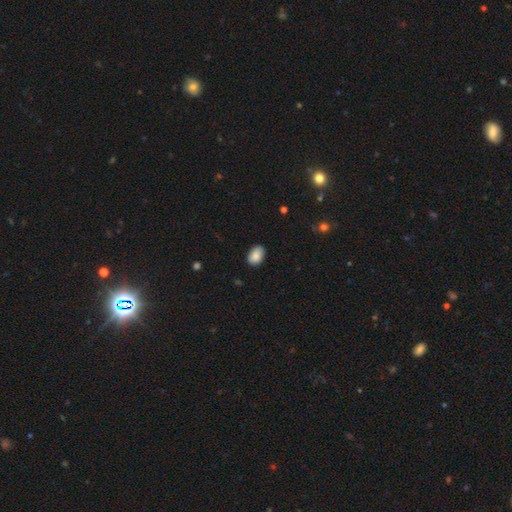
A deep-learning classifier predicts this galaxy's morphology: A smooth galaxy with no disk features (88%) that is in between round and cigar-shaped (86%). Merging: none (84%).